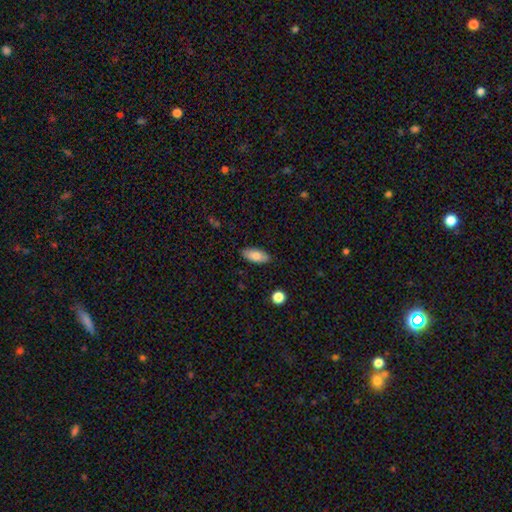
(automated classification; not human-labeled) A smooth galaxy with no disk features (82%) that is in between round and cigar-shaped (86%).

Vote fractions:
- Smooth or featured? smooth: 82% / featured or disk: 11% / star or artifact: 7%
- How rounded? in between: 86% / cigar-shaped: 12% / round: 2%
- Merging? none: 86% / minor disturbance: 11% / major disturbance: 2% / merger: 1%